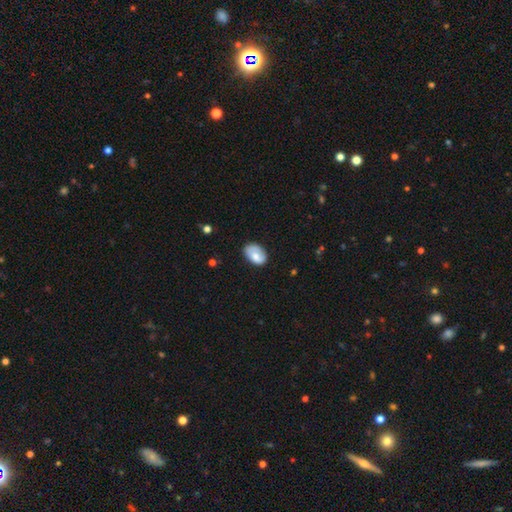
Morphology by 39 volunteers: Smooth or featured? 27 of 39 (69%) said smooth. How rounded? 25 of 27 (93%) said in between. Merging? 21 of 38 (55%) said none.